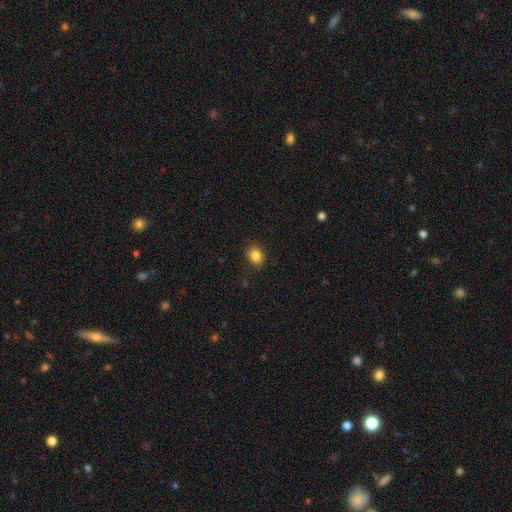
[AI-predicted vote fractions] Overall: smooth (84%). How rounded: round (54%; in between 45%). Merging: none (86%).